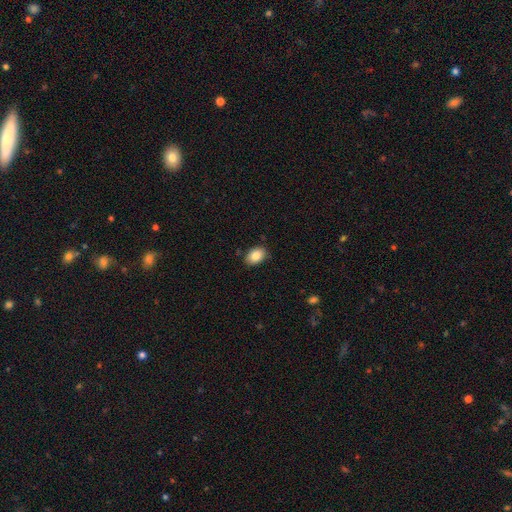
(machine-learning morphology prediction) This appears to be a smooth galaxy with no disk features (85%) that is in between round and cigar-shaped (82%). Merging: none (85%).